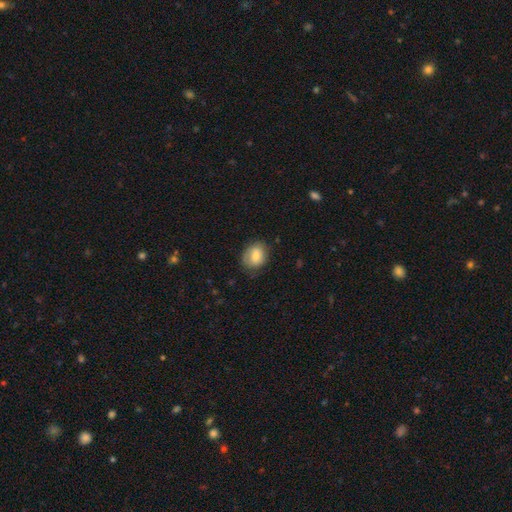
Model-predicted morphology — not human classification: Smooth or featured? smooth (78%)
How rounded? in between (56%)
Merging? none (74%)